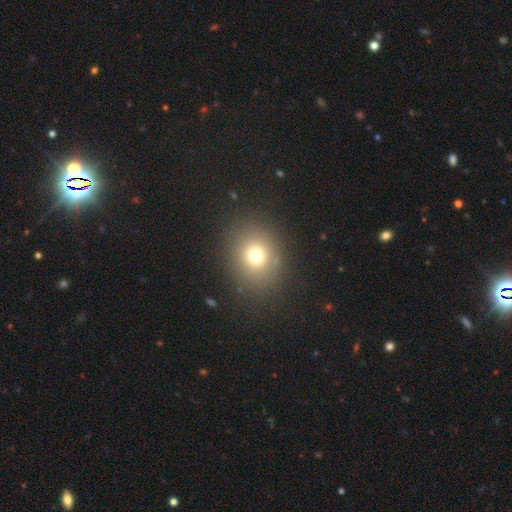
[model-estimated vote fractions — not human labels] Smooth or featured?
  - smooth: 72% *
  - star or artifact: 17%
  - featured or disk: 11%
How rounded?
  - round: 68% *
  - in between: 31%
  - cigar-shaped: 1%
Merging?
  - none: 85% *
  - minor disturbance: 9%
  - major disturbance: 5%
  - merger: 2%